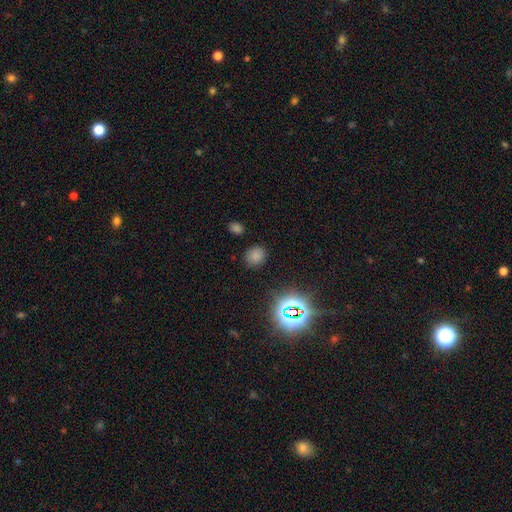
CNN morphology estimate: A smooth galaxy with no disk features (73%) that is round (75%).

Vote fractions:
- Smooth or featured? smooth: 73% / star or artifact: 22% / featured or disk: 5%
- How rounded? round: 75% / in between: 24% / cigar-shaped: 1%
- Merging? none: 85% / minor disturbance: 9% / major disturbance: 3% / merger: 2%